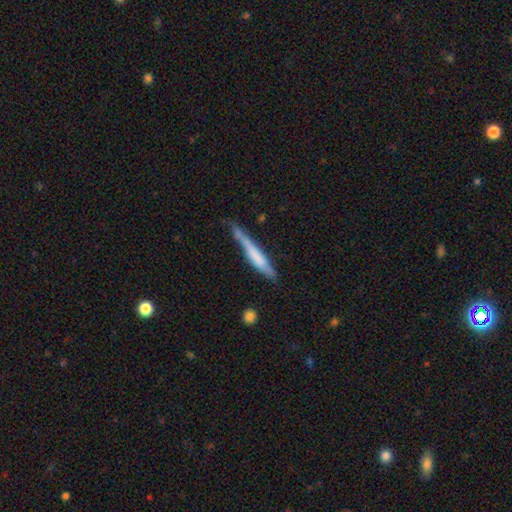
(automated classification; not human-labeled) Smooth or featured? smooth (55%)
How rounded? cigar-shaped (94%)
Merging? none (53%)